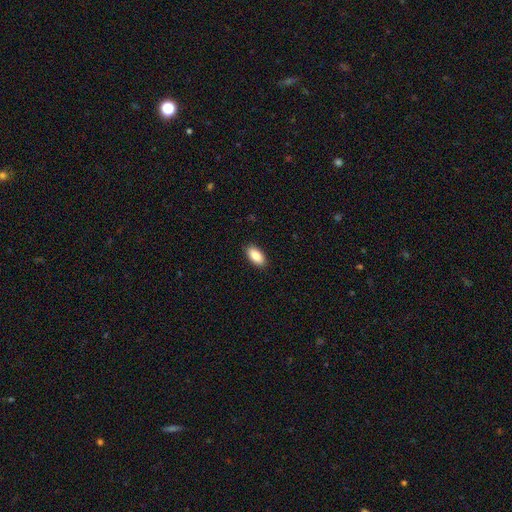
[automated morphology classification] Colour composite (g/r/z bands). It shows a smooth galaxy with no disk features (87%) that is in between round and cigar-shaped (92%). Merging: none (90%).